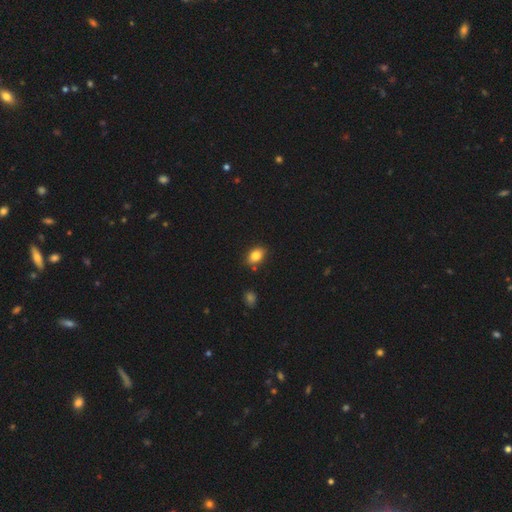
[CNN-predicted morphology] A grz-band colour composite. It shows a smooth galaxy with no disk features (84%) that is in between round and cigar-shaped (80%). Merging: none (82%).